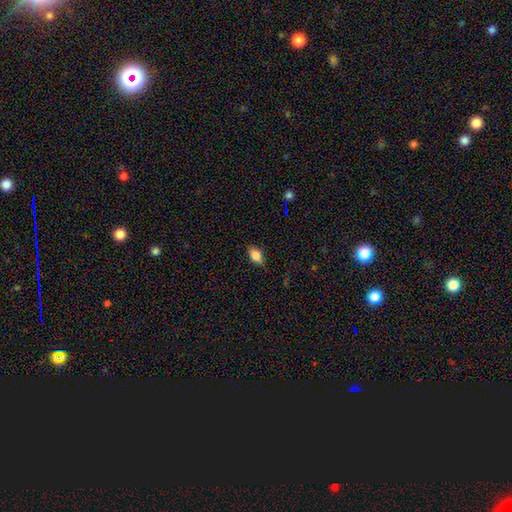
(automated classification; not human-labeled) smooth_or_featured: smooth (p=0.72) [alt: featured or disk p=0.18]
how_rounded: in between (p=0.80) [alt: round p=0.12]
merging: none (p=0.72) [alt: minor disturbance p=0.22]